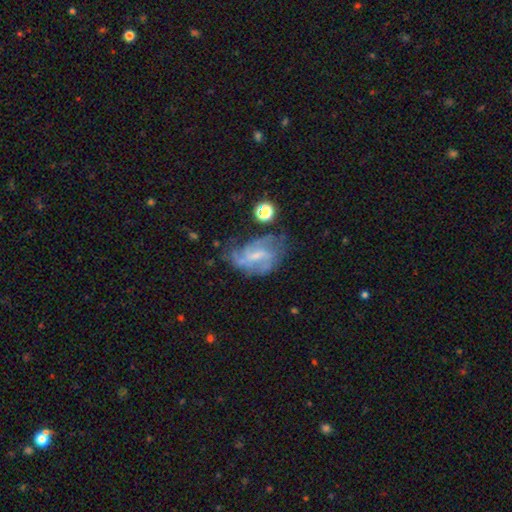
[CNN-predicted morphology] Overall: featured or disk (75%). Edge-on disk: no (97%). Bar: weak (53%; no 25%). Spiral arms: yes (84%). Spiral arm count: 2 (38%; can't tell 29%). Spiral winding: medium (45%; loose 30%). Bulge size: small (48%; moderate 25%). Merging: none (46%; minor disturbance 26%).